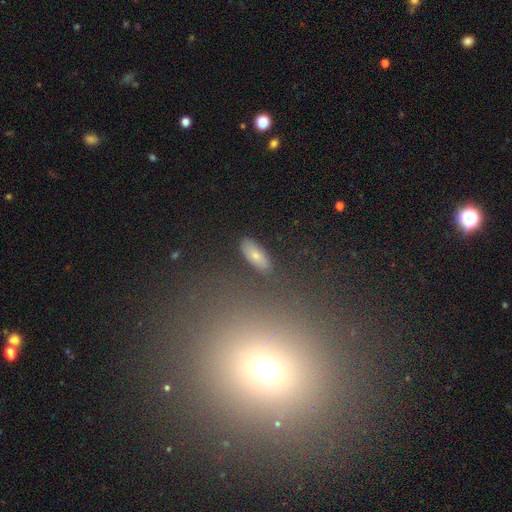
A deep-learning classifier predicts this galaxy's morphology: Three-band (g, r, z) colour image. It shows a smooth galaxy with no disk features (69%) that is in between round and cigar-shaped (81%). Merging: none (83%).